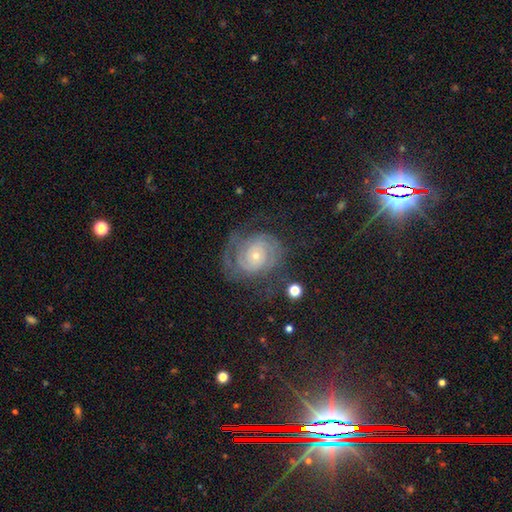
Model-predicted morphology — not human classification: A featured or disk galaxy (80%) with no bar (72%), 2 (49%) tight (59%) spiral arms (94%) and a small central bulge (73%). Merging: none (66%).